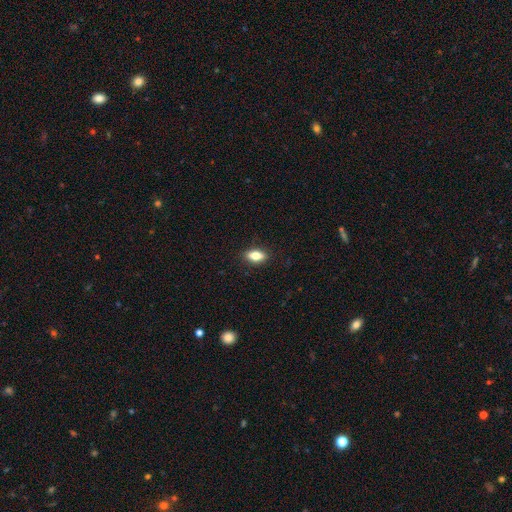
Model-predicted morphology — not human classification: A smooth galaxy with no disk features (73%) that is in between round and cigar-shaped (82%). Merging: none (88%).